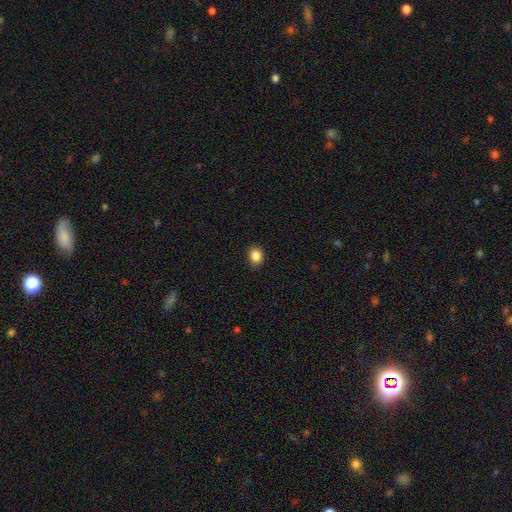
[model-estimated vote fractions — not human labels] Overall: smooth (87%). How rounded: round (50%; in between 49%). Merging: none (90%).